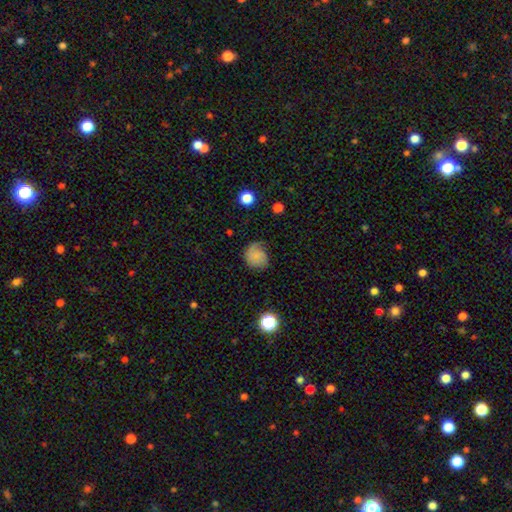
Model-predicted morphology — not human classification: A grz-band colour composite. It shows a smooth galaxy with no disk features (54%) that is round (69%). Merging: none (51%).